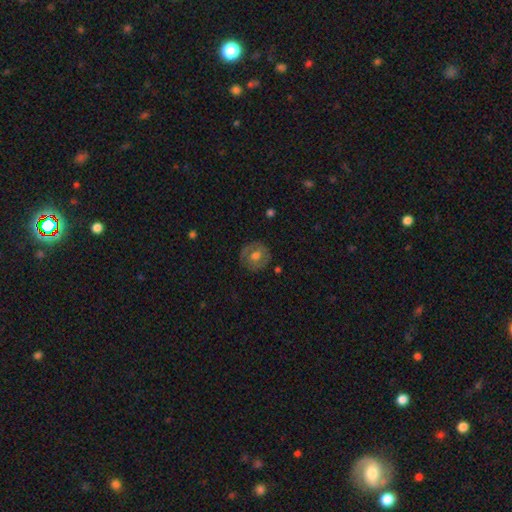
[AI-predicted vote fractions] smooth-or-featured: smooth: 51% | featured or disk: 41% | star or artifact: 8%
  how-rounded: round: 87% | in between: 12% | cigar-shaped: 1%
  merging: none: 80% | minor disturbance: 14% | major disturbance: 5% | merger: 1%